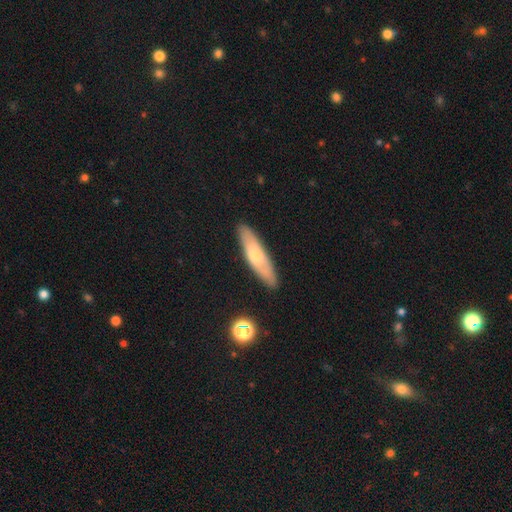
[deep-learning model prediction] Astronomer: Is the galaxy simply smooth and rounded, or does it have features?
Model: smooth — 58% (runner-up: featured or disk, 36%).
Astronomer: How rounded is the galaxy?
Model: cigar-shaped — 70%.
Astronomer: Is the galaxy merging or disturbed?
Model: none — 87%.